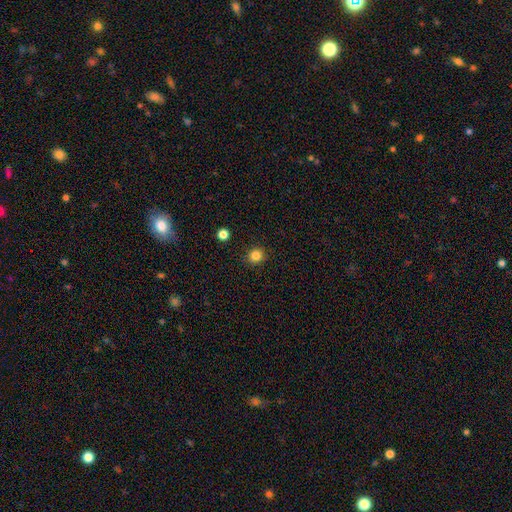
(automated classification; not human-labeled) Smooth or featured?
  - smooth: 83% *
  - star or artifact: 12%
  - featured or disk: 4%
How rounded?
  - round: 90% *
  - in between: 9%
  - cigar-shaped: 1%
Merging?
  - none: 91% *
  - minor disturbance: 6%
  - major disturbance: 2%
  - merger: 1%